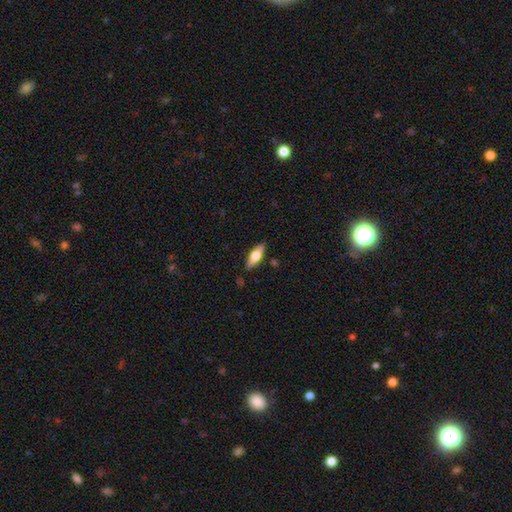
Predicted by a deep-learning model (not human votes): This appears to be a smooth galaxy with no disk features (49%). Merging: none (85%).